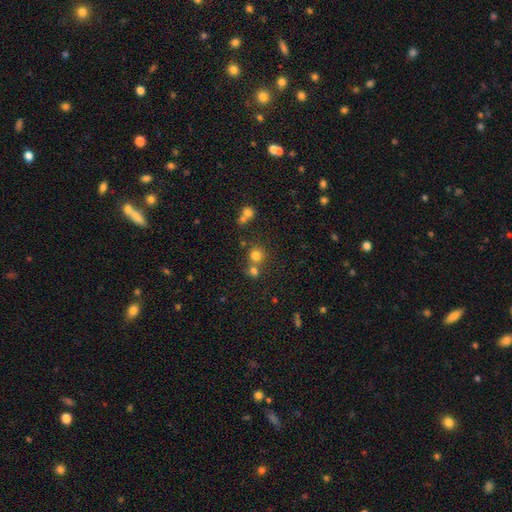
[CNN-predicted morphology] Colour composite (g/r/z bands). It shows a smooth galaxy with no disk features (75%) that is round (87%). Merging: none (57%).